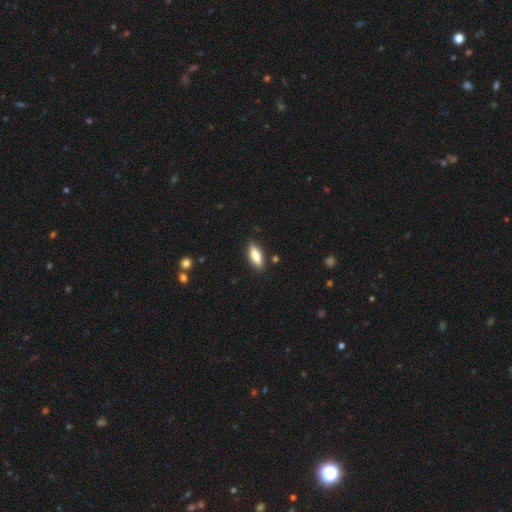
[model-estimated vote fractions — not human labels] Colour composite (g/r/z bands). It shows a smooth galaxy with no disk features (75%) that is in between round and cigar-shaped (70%). Merging: none (87%).